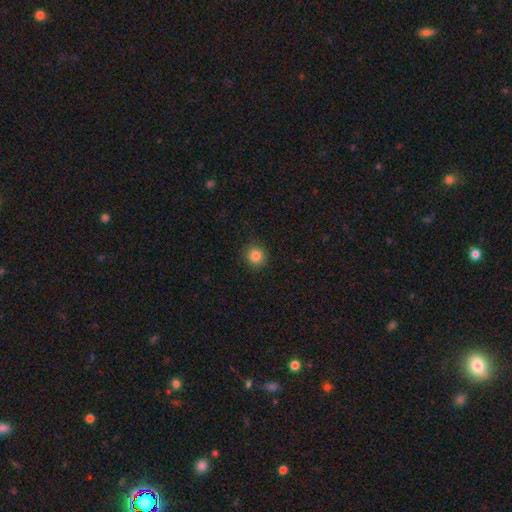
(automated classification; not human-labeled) Smooth or featured?
  - smooth: 84% *
  - star or artifact: 11%
  - featured or disk: 5%
How rounded?
  - round: 89% *
  - in between: 10%
  - cigar-shaped: 1%
Merging?
  - none: 90% *
  - minor disturbance: 6%
  - major disturbance: 2%
  - merger: 1%